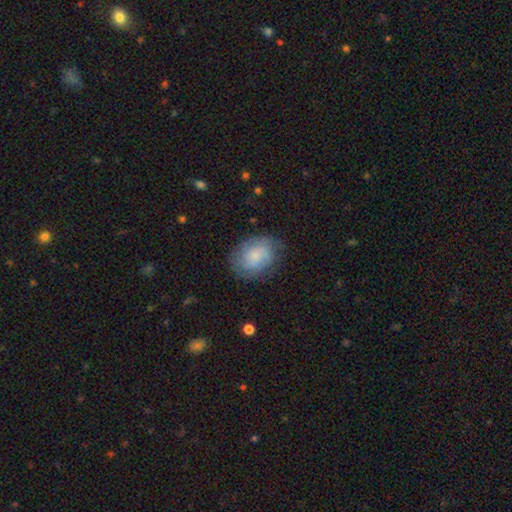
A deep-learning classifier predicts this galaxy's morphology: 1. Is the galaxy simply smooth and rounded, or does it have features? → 60% smooth, 31% featured or disk, 9% star or artifact.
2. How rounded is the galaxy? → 61% in between, 38% round, 1% cigar-shaped.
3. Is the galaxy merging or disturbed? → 74% none, 18% minor disturbance, 7% major disturbance, 1% merger.